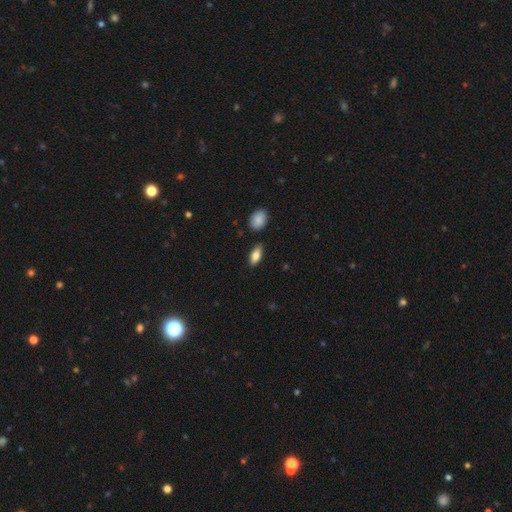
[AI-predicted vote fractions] Smooth or featured? smooth (82%)
How rounded? in between (87%)
Merging? none (83%)